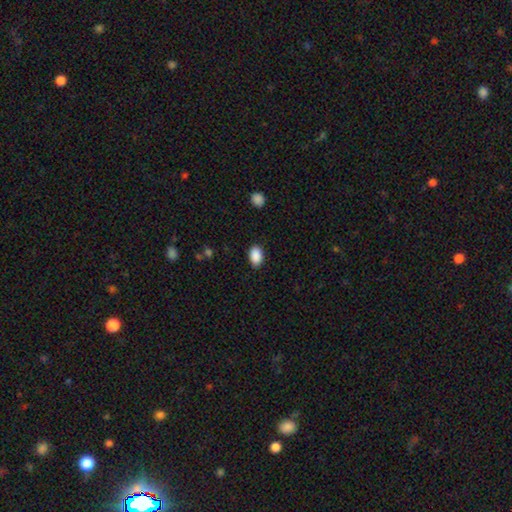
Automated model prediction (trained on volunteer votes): Smooth or featured? Predicted: smooth (p=0.90). How rounded? Predicted: in between (p=0.88). Merging? Predicted: none (p=0.87).